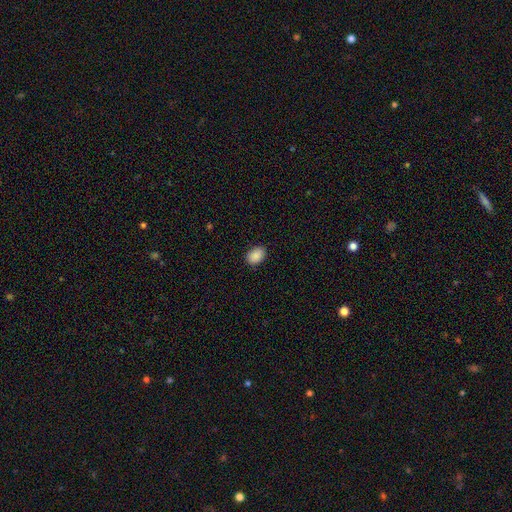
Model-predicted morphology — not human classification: A smooth galaxy with no disk features (90%) that is in between round and cigar-shaped (78%).

Vote fractions:
- Smooth or featured? smooth: 90% / star or artifact: 8% / featured or disk: 3%
- How rounded? in between: 78% / round: 21% / cigar-shaped: 1%
- Merging? none: 86% / minor disturbance: 10% / major disturbance: 2% / merger: 1%